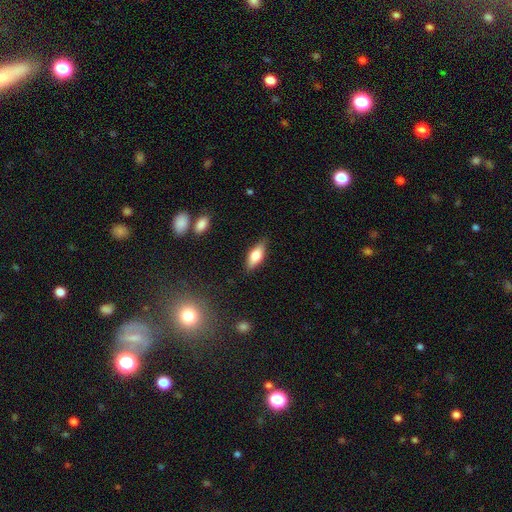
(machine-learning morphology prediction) Q: Smooth or featured?
A: smooth (66%); runner-up: featured or disk (28%)
Q: How rounded?
A: in between (74%); runner-up: cigar-shaped (23%)
Q: Merging?
A: none (84%); runner-up: minor disturbance (12%)